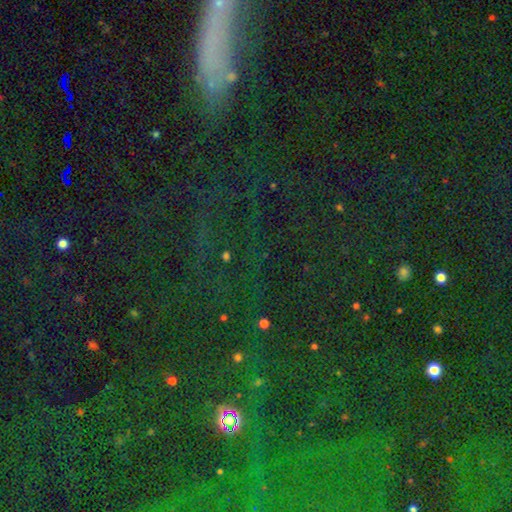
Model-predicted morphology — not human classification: smooth_or_featured: star or artifact (p=0.79) [alt: smooth p=0.13]